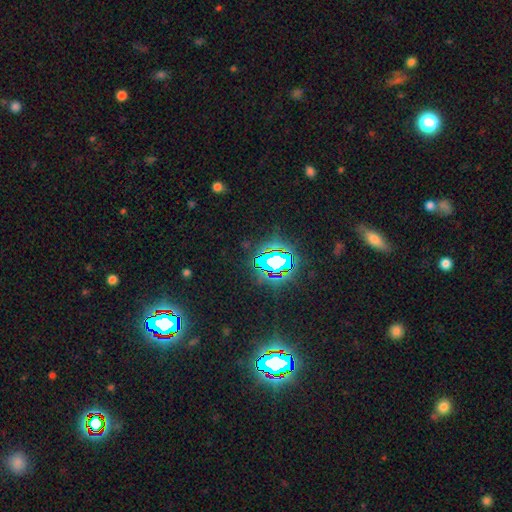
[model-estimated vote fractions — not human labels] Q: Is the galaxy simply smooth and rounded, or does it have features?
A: star or artifact — 80%.